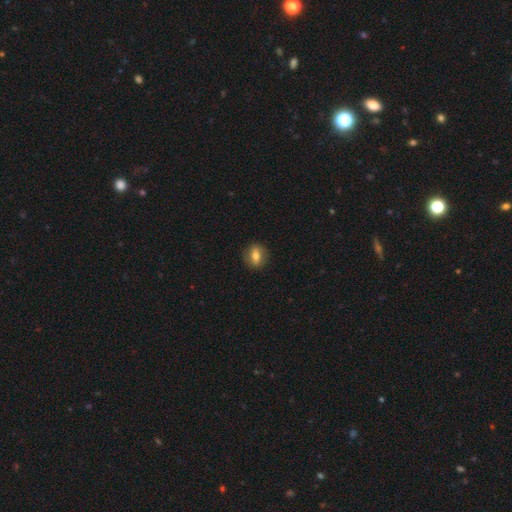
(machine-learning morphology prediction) type=smooth (67%); roundness=in between (53%); merging=none (86%).